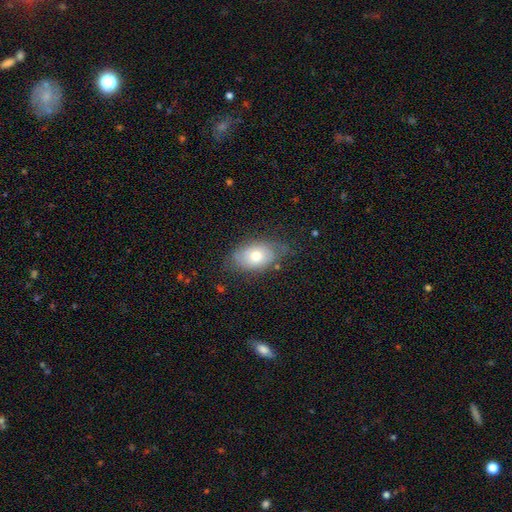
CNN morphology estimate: A smooth galaxy with no disk features (65%) that is in between round and cigar-shaped (86%).

Vote fractions:
- Smooth or featured? smooth: 65% / featured or disk: 27% / star or artifact: 9%
- How rounded? in between: 86% / round: 13% / cigar-shaped: 2%
- Merging? none: 65% / minor disturbance: 26% / major disturbance: 7% / merger: 2%